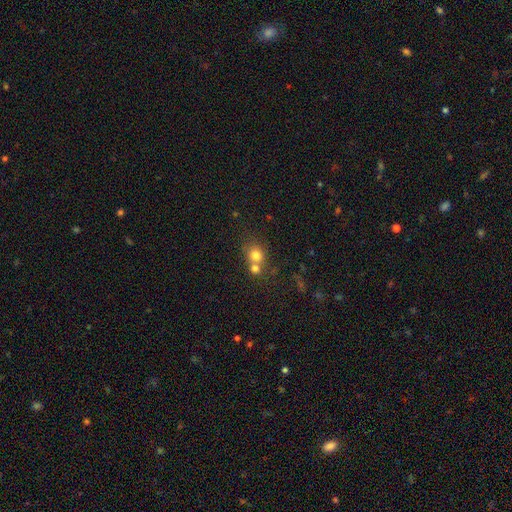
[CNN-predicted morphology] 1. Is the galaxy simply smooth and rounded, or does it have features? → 76% smooth, 12% star or artifact, 11% featured or disk.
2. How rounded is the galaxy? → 79% round, 20% in between, 1% cigar-shaped.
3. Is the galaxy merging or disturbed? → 49% merger, 40% none, 7% minor disturbance, 4% major disturbance.